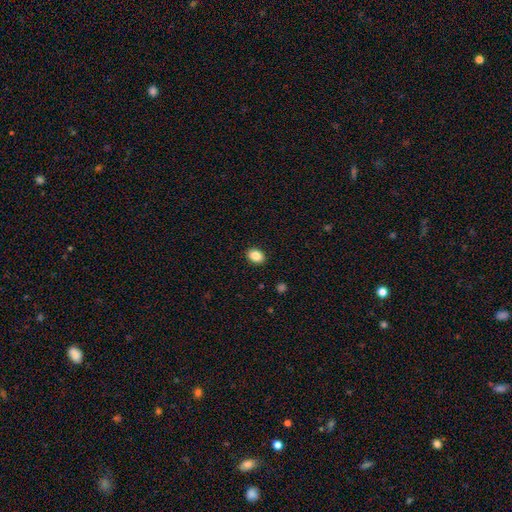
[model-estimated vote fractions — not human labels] A smooth galaxy with no disk features (87%) that is in between round and cigar-shaped (69%). Merging: none (90%).